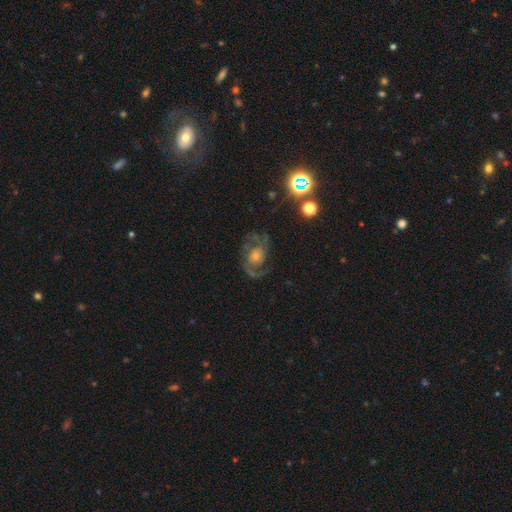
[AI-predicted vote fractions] Morphology: type=featured or disk (81%); edge-on=no (97%); bar=no (71%); spiral arms=yes (94%); winding=medium (52%); arm count=2 (74%); bulge=moderate (44%); merging=none (67%).